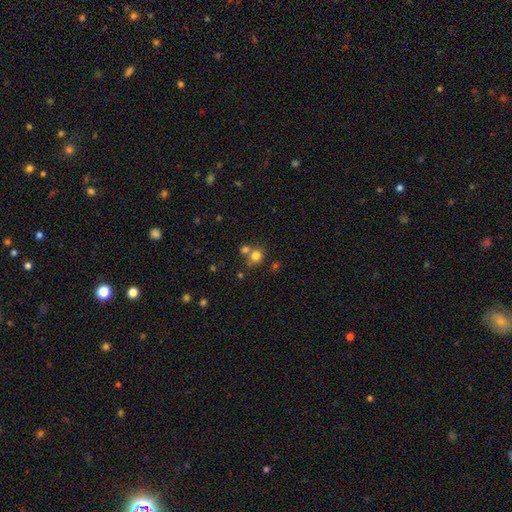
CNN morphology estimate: Overall: smooth (77%). How rounded: round (80%). Merging: none (54%; merger 33%).